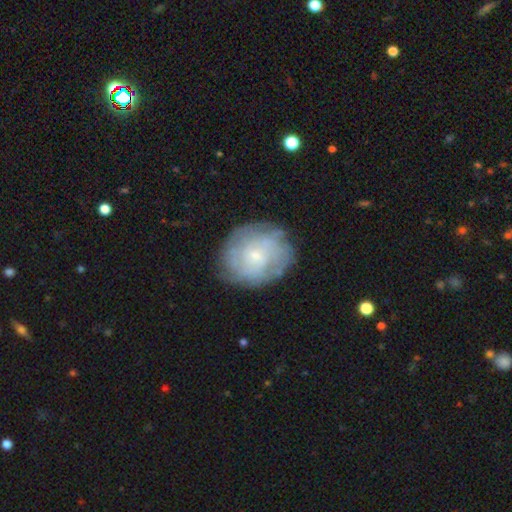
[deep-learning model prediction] A featured or disk galaxy (58%) with no bar (75%), spiral arms (74%) and a small central bulge (71%). Merging: none (76%).